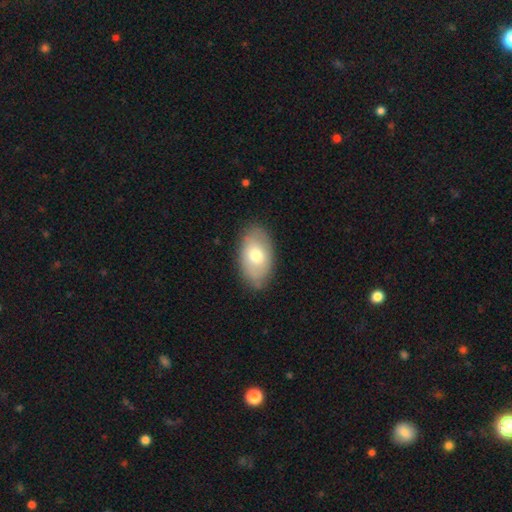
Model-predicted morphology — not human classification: type=smooth (69%); roundness=in between (93%); merging=none (81%).